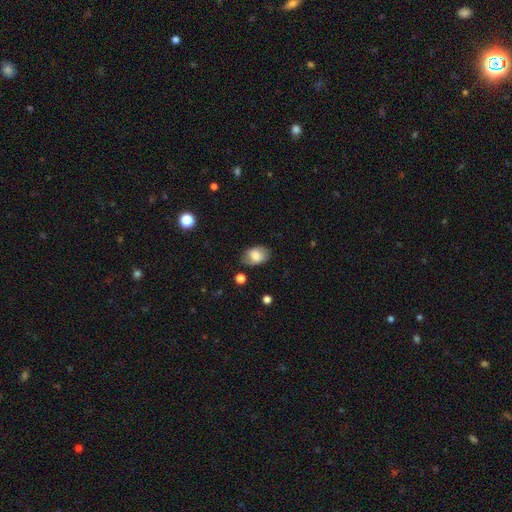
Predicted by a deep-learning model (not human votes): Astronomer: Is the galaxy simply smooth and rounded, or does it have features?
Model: smooth — 77%.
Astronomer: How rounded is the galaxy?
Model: in between — 81%.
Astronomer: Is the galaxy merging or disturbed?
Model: none — 71%.